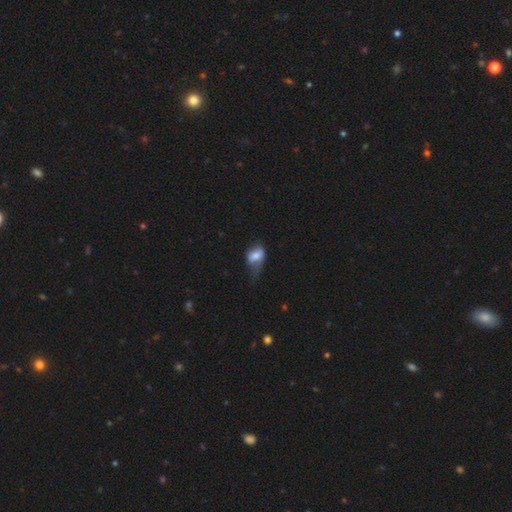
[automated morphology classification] The model was most divided on "merging": major disturbance: 40%, minor disturbance: 33%, none: 23%, merger: 4%. More confident: how rounded — in between (81%); smooth or featured — smooth (66%).